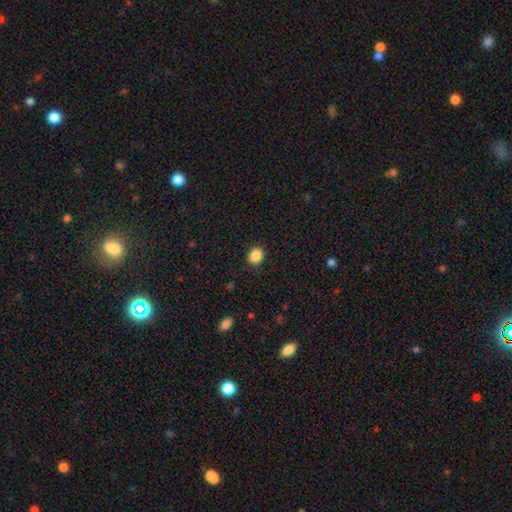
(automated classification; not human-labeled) Smooth or featured: smooth — 87% (star or artifact — 9%)
How rounded: round — 58% (in between — 41%)
Merging: none — 88% (minor disturbance — 8%)